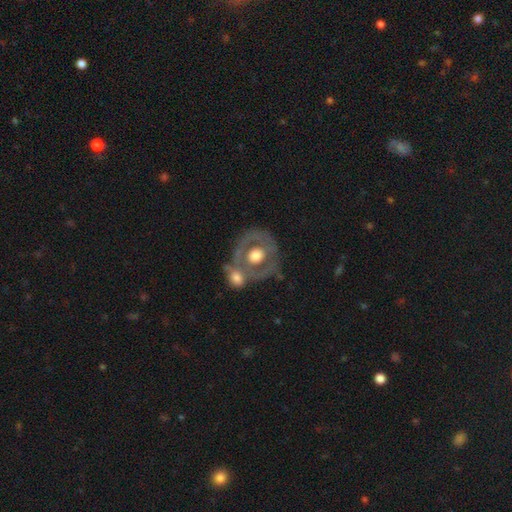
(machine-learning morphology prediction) Overall: featured or disk (57%; smooth 37%). Edge-on disk: no (94%). Bar: no (89%). Spiral arms: no (83%). Bulge size: moderate (48%; large 43%). Merging: none (51%; merger 26%).